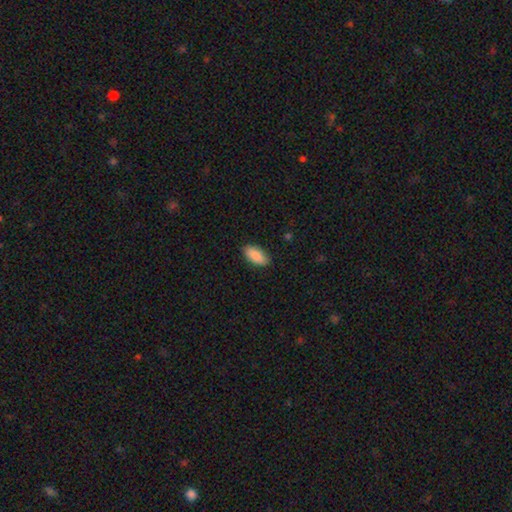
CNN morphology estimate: This is clearly a smooth galaxy (87%). How rounded: clearly in between (90%). Merging: clearly none (88%).